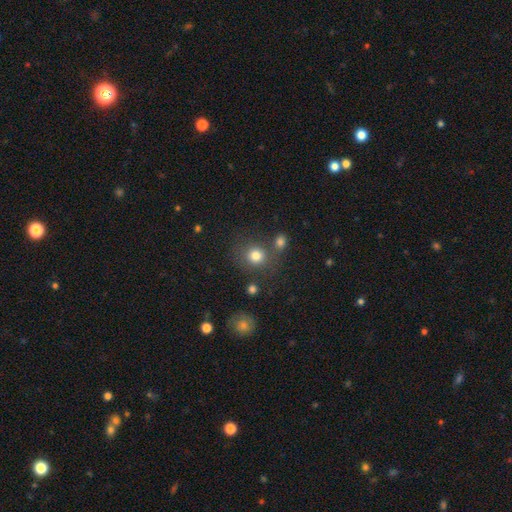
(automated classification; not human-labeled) The model was most divided on "merging": none: 68%, merger: 16%, minor disturbance: 11%, major disturbance: 5%. More confident: how rounded — round (84%); smooth or featured — smooth (80%).